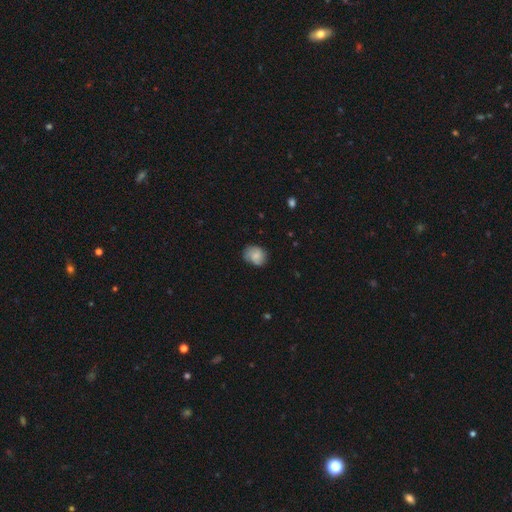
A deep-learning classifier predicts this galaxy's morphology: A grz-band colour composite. It shows a smooth galaxy with no disk features (70%) that is round (55%). Merging: none (66%).